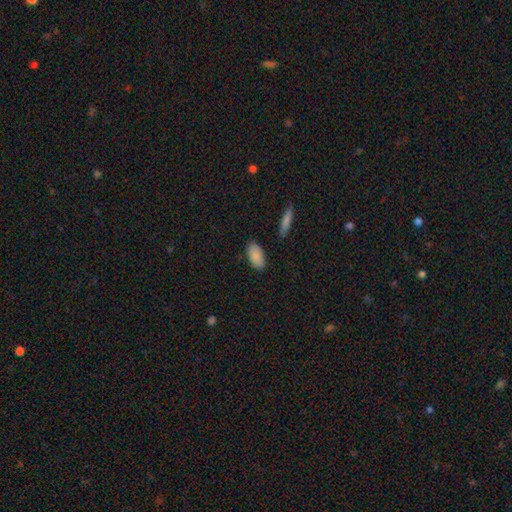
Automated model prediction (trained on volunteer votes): Smooth or featured?
  - smooth: 87% *
  - featured or disk: 7%
  - star or artifact: 6%
How rounded?
  - in between: 92% *
  - cigar-shaped: 5%
  - round: 2%
Merging?
  - none: 85% *
  - minor disturbance: 10%
  - major disturbance: 2%
  - merger: 2%